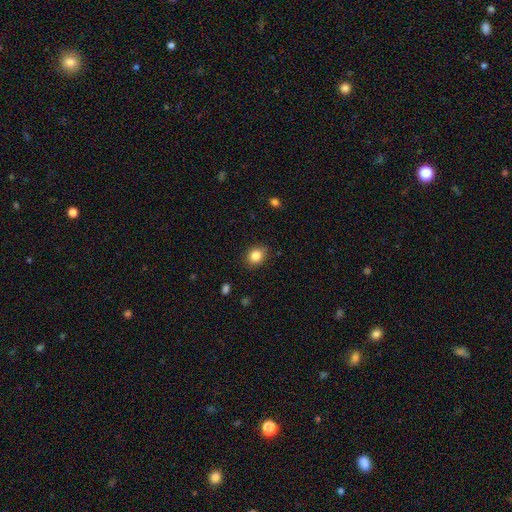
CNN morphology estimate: type=smooth (85%); roundness=round (58%); merging=none (87%).